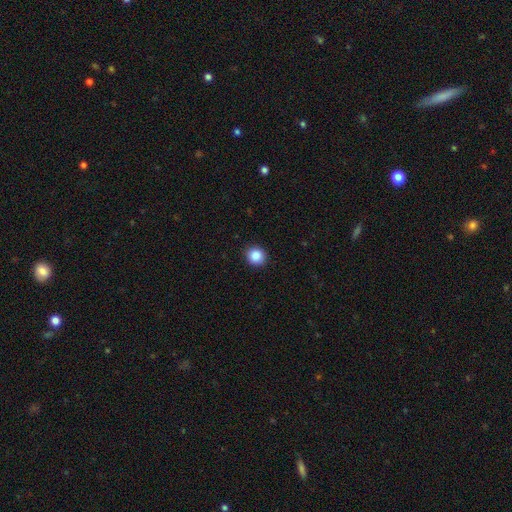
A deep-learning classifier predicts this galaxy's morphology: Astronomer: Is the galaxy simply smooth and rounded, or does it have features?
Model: smooth — 88%.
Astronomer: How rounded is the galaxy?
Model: round — 86%.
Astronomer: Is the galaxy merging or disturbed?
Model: none — 91%.